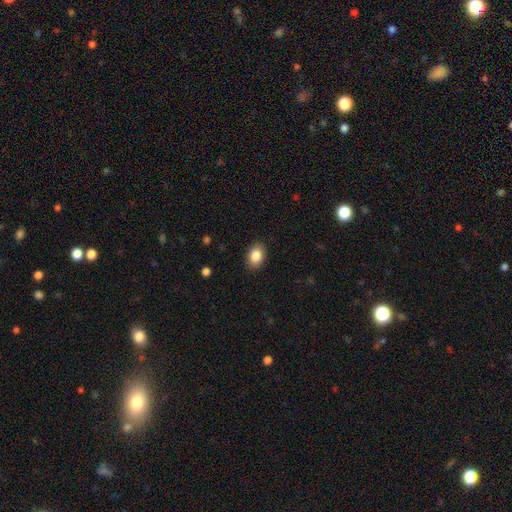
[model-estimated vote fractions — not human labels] Q: Smooth or featured?
A: smooth (86%); runner-up: star or artifact (8%)
Q: How rounded?
A: in between (81%); runner-up: round (18%)
Q: Merging?
A: none (88%); runner-up: minor disturbance (8%)